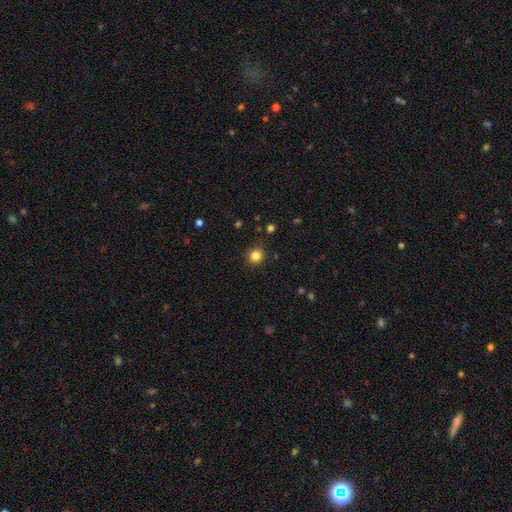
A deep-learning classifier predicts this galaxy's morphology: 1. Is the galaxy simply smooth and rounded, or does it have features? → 83% smooth, 12% star or artifact, 5% featured or disk.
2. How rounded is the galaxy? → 86% round, 13% in between, 1% cigar-shaped.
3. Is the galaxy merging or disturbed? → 88% none, 8% minor disturbance, 2% major disturbance, 1% merger.